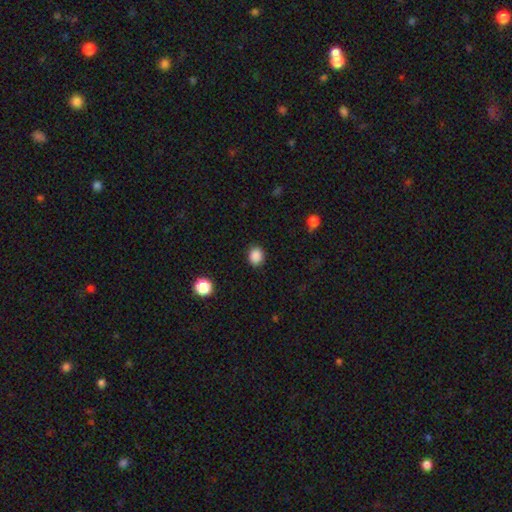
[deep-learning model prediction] Q: Smooth or featured?
A: smooth (87%); runner-up: star or artifact (10%)
Q: How rounded?
A: round (60%); runner-up: in between (40%)
Q: Merging?
A: none (87%); runner-up: minor disturbance (9%)